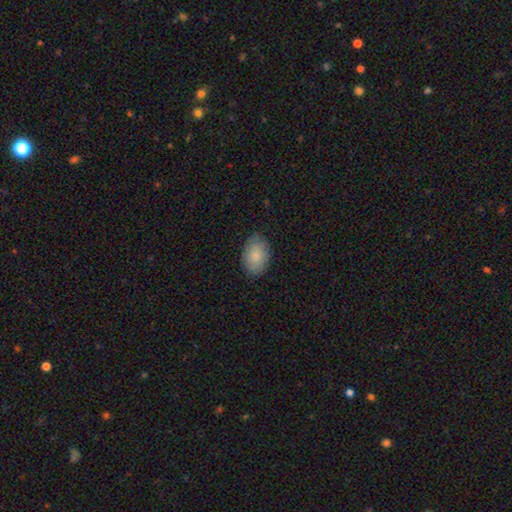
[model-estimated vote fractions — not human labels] This is clearly a smooth galaxy (82%). How rounded: clearly in between (83%). Merging: likely none (79%).